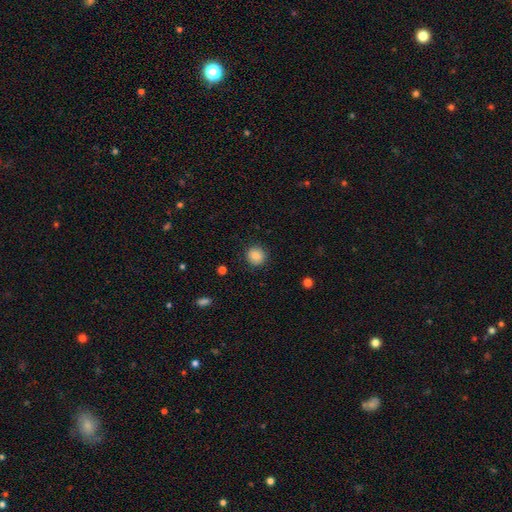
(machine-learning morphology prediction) Smooth or featured? smooth (88%)
How rounded? round (90%)
Merging? none (90%)